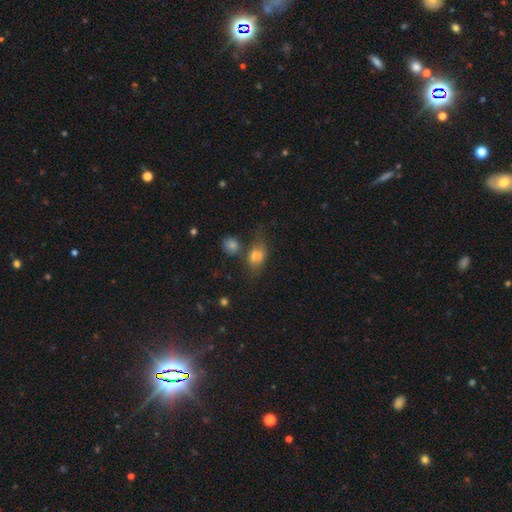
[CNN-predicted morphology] smooth_or_featured: smooth (p=0.71) [alt: featured or disk p=0.16]
how_rounded: in between (p=0.73) [alt: round p=0.23]
merging: none (p=0.50) [alt: minor disturbance p=0.20]